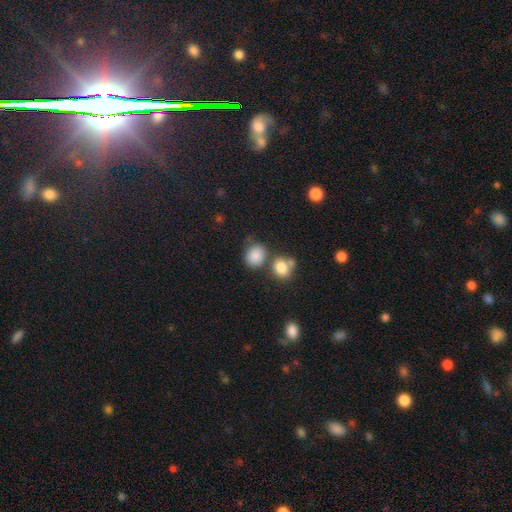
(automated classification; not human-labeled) Smooth or featured? smooth (85%)
How rounded? round (62%)
Merging? none (58%)